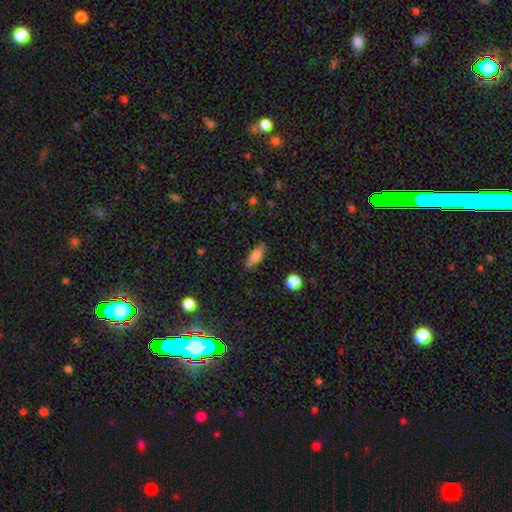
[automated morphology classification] Smooth or featured? smooth (74%)
How rounded? in between (65%)
Merging? none (85%)